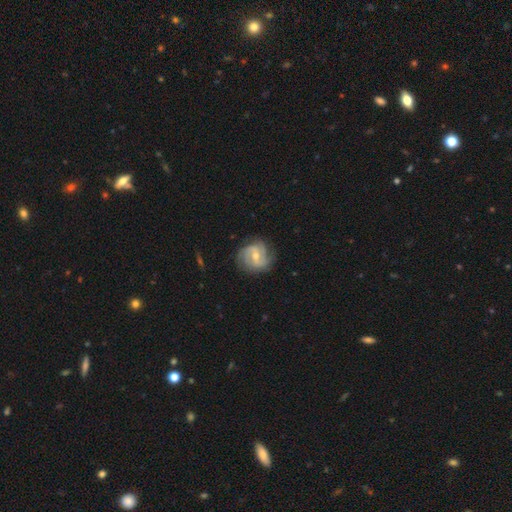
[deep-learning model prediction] A featured or disk galaxy (83%) with a weak bar (51%), 2 (37%) medium (43%) spiral arms (95%) and a moderate central bulge (55%). Merging: none (76%).